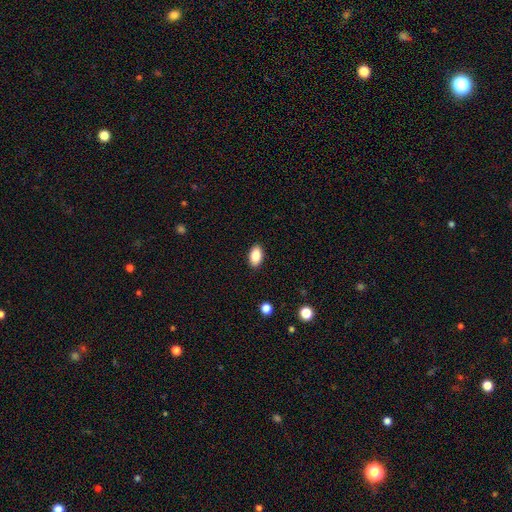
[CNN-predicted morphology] Smooth or featured? smooth (86%)
How rounded? in between (93%)
Merging? none (89%)